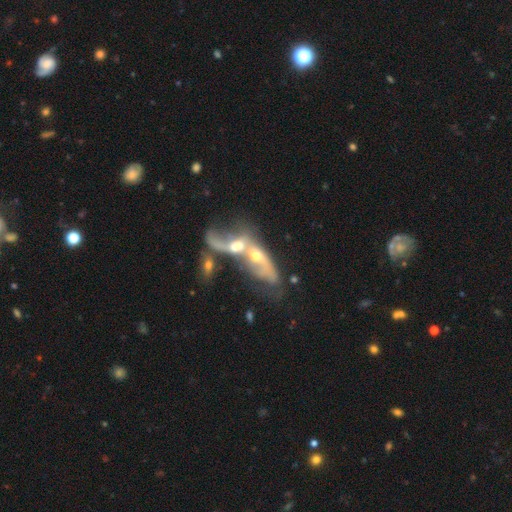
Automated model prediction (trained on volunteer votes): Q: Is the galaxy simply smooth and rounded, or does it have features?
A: featured or disk — 65%.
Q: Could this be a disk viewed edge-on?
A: no — 84%.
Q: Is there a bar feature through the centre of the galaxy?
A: no — 73%.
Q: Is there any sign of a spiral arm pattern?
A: yes — 53%.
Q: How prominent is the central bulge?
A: moderate — 62%.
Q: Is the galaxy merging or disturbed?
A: merger — 78%.